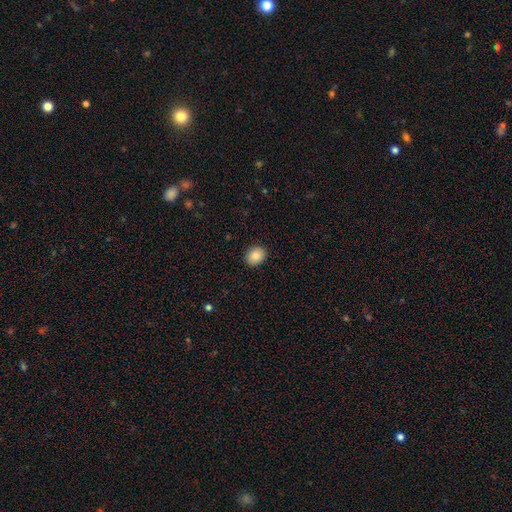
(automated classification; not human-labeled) smooth 86%, star or artifact 9%, featured or disk 5%. Down the decision tree: how rounded — in between (51%); merging — none (90%).